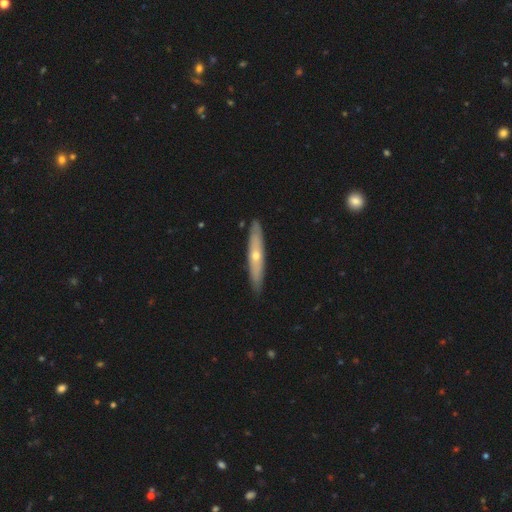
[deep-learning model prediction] The model was most divided on "smooth or featured": featured or disk: 56%, smooth: 39%, star or artifact: 5%. More confident: merging — none (88%); edge-on disk — yes (77%).